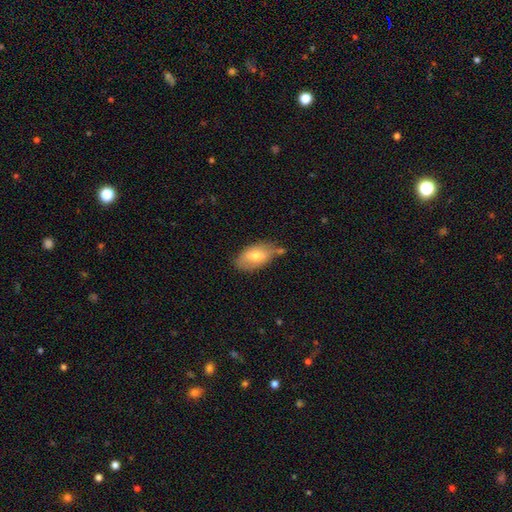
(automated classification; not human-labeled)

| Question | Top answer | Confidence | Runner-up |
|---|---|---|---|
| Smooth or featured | smooth | 70% | featured or disk (23%) |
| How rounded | in between | 92% | round (5%) |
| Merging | none | 61% | minor disturbance (25%) |